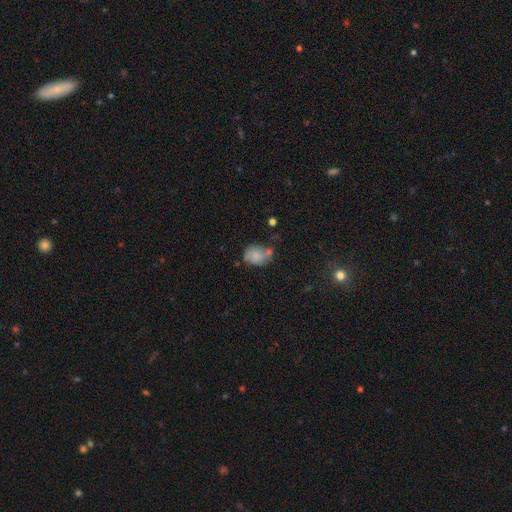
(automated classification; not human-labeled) Smooth or featured: smooth — 77% (featured or disk — 13%)
How rounded: in between — 50% (round — 49%)
Merging: none — 44% (minor disturbance — 24%)